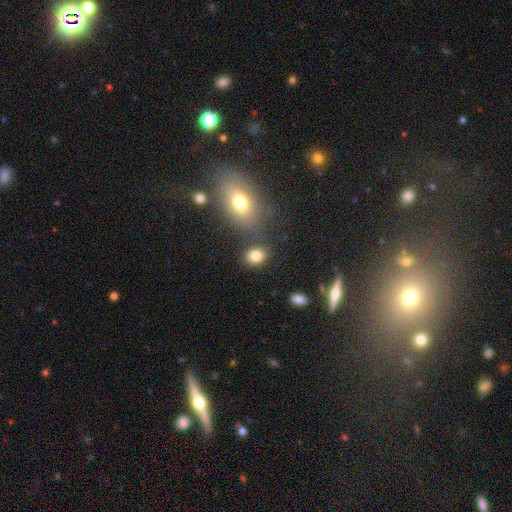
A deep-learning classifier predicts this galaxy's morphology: smooth_or_featured: smooth (p=0.82) [alt: star or artifact p=0.11]
how_rounded: in between (p=0.64) [alt: round p=0.34]
merging: none (p=0.76) [alt: minor disturbance p=0.11]